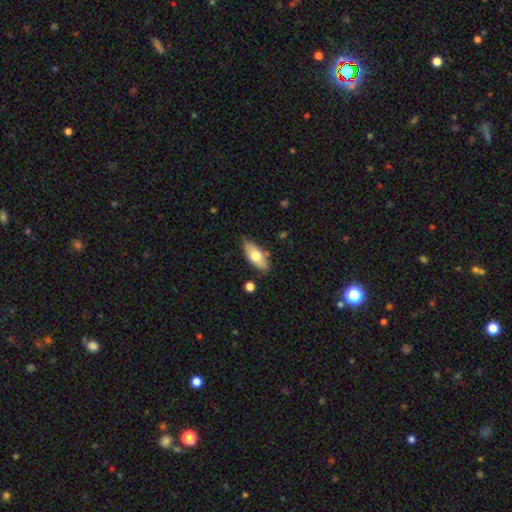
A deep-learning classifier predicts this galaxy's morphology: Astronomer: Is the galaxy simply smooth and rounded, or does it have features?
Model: smooth — 67%.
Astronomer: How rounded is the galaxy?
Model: in between — 83%.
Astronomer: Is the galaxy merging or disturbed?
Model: none — 80%.